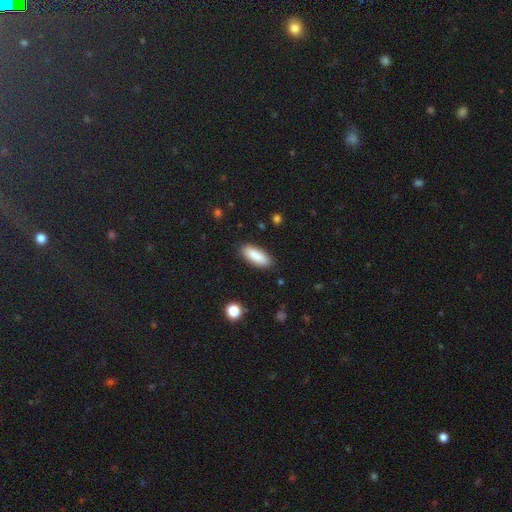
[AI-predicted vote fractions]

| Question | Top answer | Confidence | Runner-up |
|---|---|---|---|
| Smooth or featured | smooth | 88% | star or artifact (6%) |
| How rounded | in between | 72% | cigar-shaped (26%) |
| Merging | none | 88% | minor disturbance (9%) |